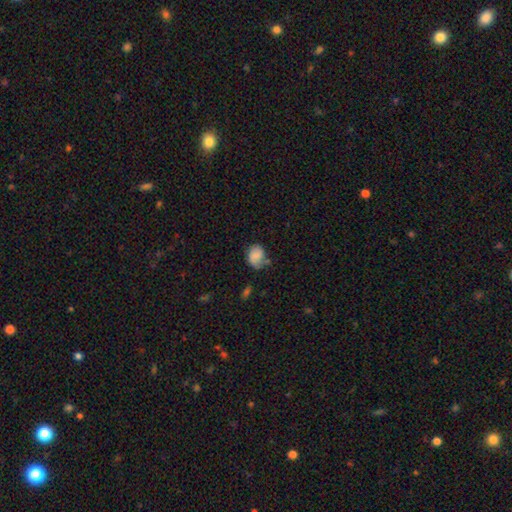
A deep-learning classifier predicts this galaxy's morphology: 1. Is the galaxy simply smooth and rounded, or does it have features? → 80% smooth, 11% featured or disk, 9% star or artifact.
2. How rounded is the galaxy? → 57% in between, 42% round, 1% cigar-shaped.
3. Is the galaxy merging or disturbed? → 54% none, 30% minor disturbance, 9% major disturbance, 6% merger.